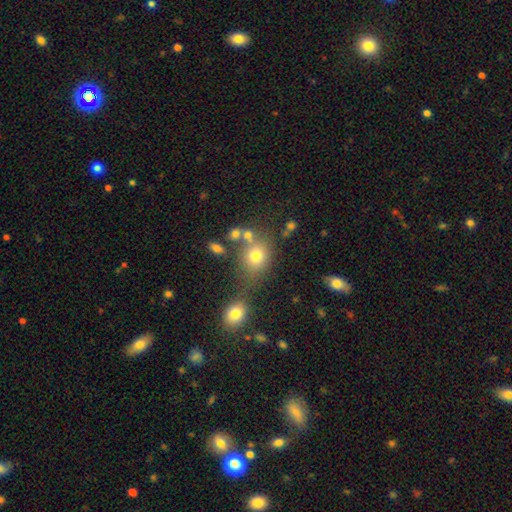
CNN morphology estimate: Overall: smooth (73%). How rounded: round (61%; in between 38%). Merging: none (55%; merger 24%).